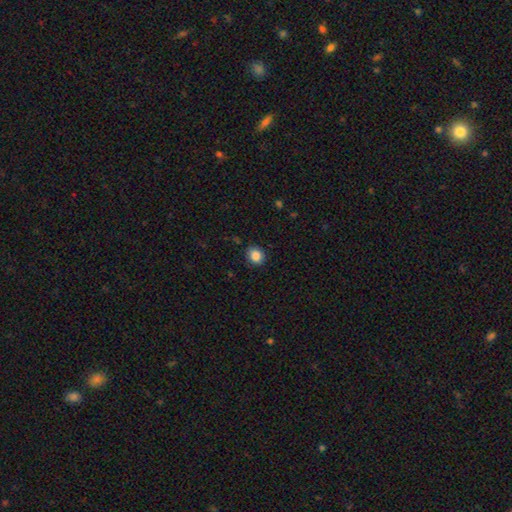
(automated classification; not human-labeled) Overall: smooth (86%). How rounded: round (72%). Merging: none (86%).